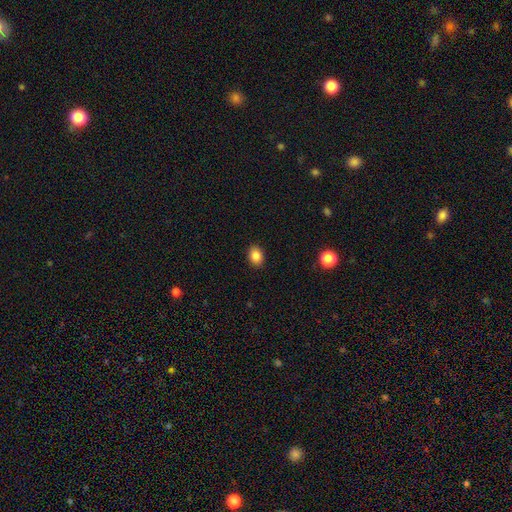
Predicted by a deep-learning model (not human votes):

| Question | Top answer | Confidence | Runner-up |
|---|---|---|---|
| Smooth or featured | smooth | 86% | star or artifact (10%) |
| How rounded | in between | 67% | round (32%) |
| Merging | none | 89% | minor disturbance (8%) |